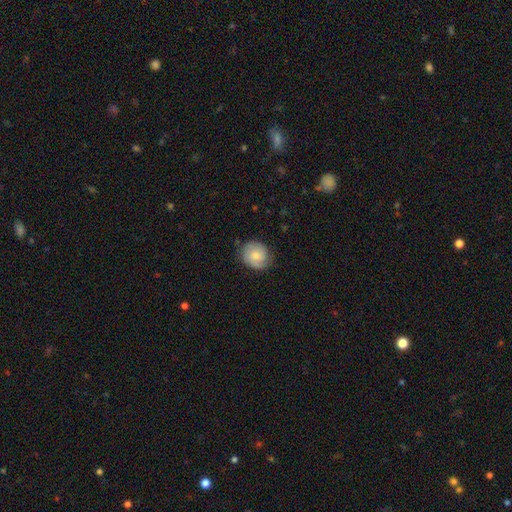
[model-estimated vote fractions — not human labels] Smooth or featured: smooth — 48% (featured or disk — 45%)
Merging: none — 77% (minor disturbance — 17%)